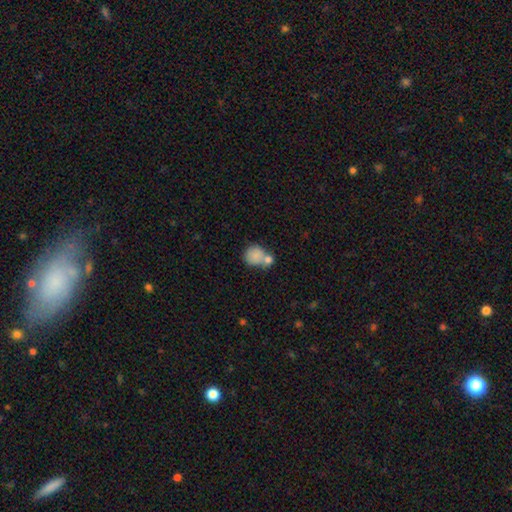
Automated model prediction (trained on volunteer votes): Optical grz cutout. It shows a smooth galaxy with no disk features (82%) that is round (75%). Merging: merger (44%).